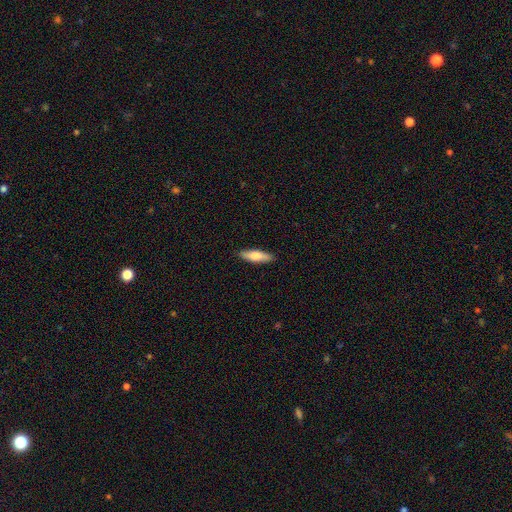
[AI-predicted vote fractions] Smooth or featured: smooth — 74% (featured or disk — 21%)
How rounded: cigar-shaped — 59% (in between — 39%)
Merging: none — 89% (minor disturbance — 8%)